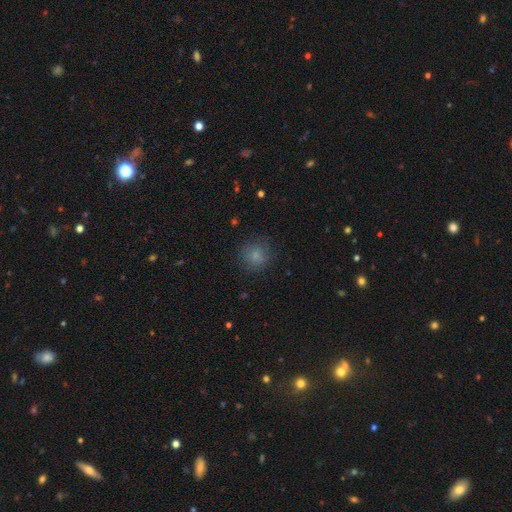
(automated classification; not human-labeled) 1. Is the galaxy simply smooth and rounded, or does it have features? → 78% smooth, 12% star or artifact, 10% featured or disk.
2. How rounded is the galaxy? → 90% round, 9% in between, 1% cigar-shaped.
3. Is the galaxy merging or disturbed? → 79% none, 14% minor disturbance, 6% major disturbance, 1% merger.